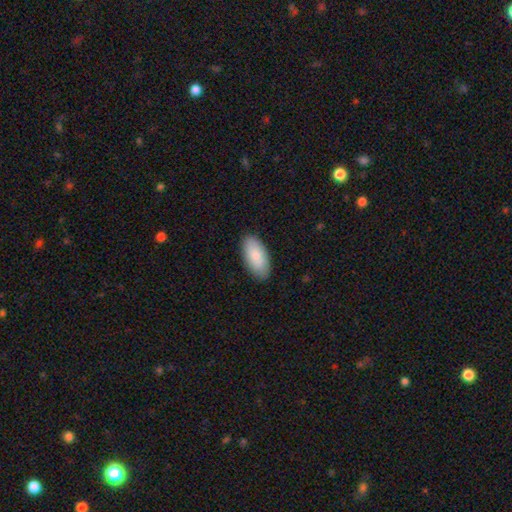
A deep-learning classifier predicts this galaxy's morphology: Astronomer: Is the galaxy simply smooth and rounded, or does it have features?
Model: smooth — 86%.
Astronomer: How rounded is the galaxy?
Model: in between — 95%.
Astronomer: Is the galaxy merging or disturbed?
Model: none — 87%.